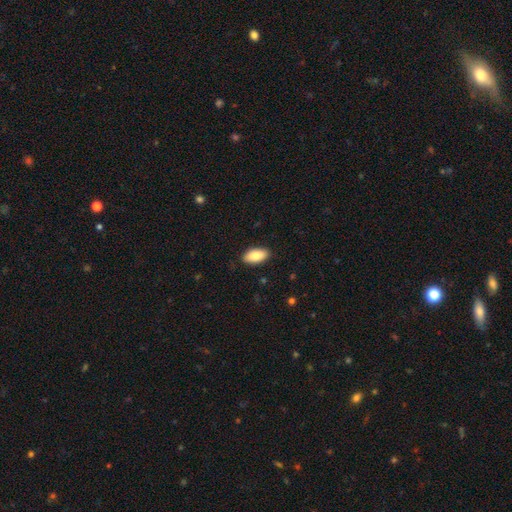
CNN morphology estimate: Smooth or featured: smooth — 85% (featured or disk — 8%)
How rounded: in between — 93% (cigar-shaped — 4%)
Merging: none — 89% (minor disturbance — 9%)